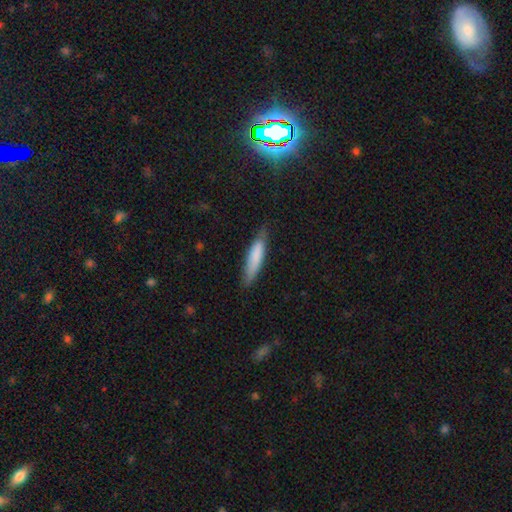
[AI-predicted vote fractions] Overall: smooth (79%). How rounded: cigar-shaped (79%). Merging: none (75%).